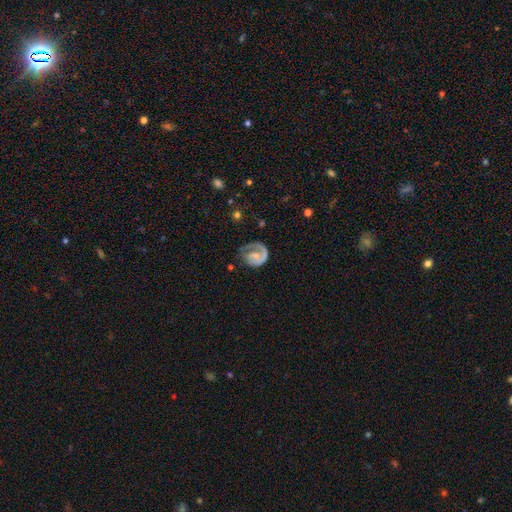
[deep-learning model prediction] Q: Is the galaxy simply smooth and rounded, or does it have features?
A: featured or disk — 74%.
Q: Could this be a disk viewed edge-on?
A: no — 98%.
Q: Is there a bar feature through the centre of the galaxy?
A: no — 67%.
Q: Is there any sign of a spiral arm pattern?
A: yes — 90%.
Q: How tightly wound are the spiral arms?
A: tight — 47%.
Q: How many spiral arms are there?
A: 1 — 80%.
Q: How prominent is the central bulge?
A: none — 41%.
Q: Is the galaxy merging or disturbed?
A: none — 50%.